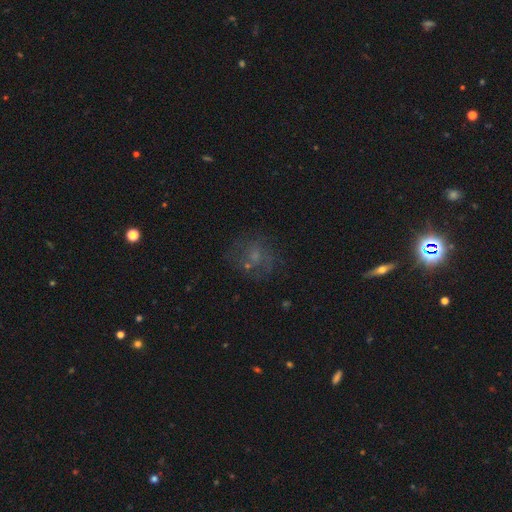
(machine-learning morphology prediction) Smooth or featured?
  - featured or disk: 41% *
  - smooth: 34%
  - star or artifact: 25%
Merging?
  - none: 61% *
  - minor disturbance: 17%
  - major disturbance: 16%
  - merger: 6%